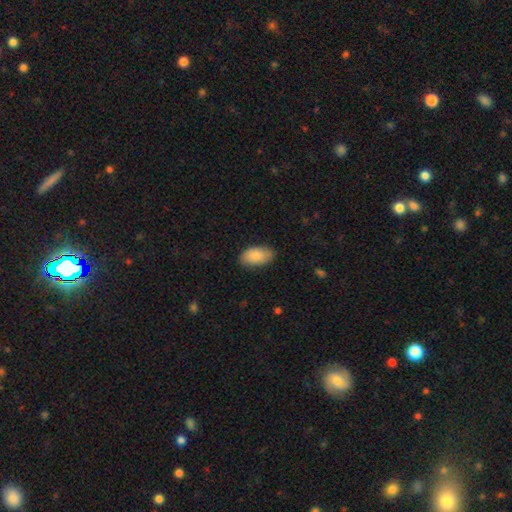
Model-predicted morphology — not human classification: A smooth galaxy with no disk features (86%) that is in between round and cigar-shaped (94%).

Vote fractions:
- Smooth or featured? smooth: 86% / featured or disk: 8% / star or artifact: 6%
- How rounded? in between: 94% / round: 4% / cigar-shaped: 2%
- Merging? none: 83% / minor disturbance: 14% / major disturbance: 3% / merger: 1%